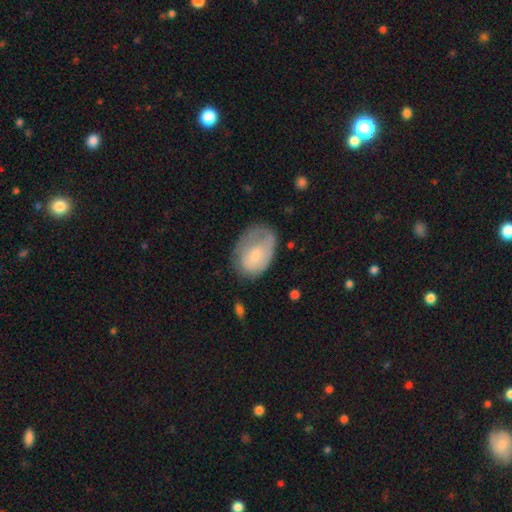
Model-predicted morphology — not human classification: Smooth or featured? smooth (61%)
How rounded? in between (85%)
Merging? none (47%)